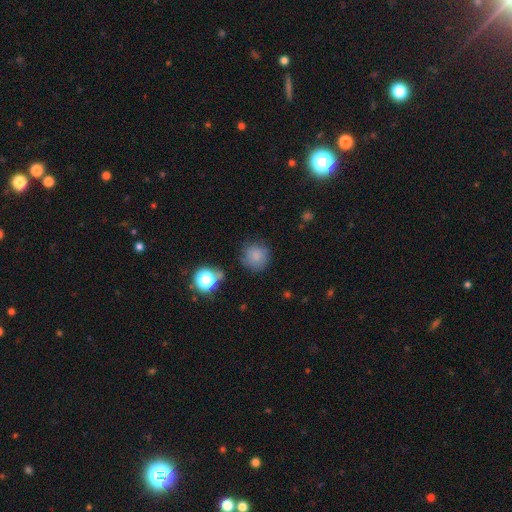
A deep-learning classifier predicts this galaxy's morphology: Q: Smooth or featured?
A: smooth (78%); runner-up: star or artifact (14%)
Q: How rounded?
A: round (92%); runner-up: in between (7%)
Q: Merging?
A: none (74%); runner-up: minor disturbance (17%)